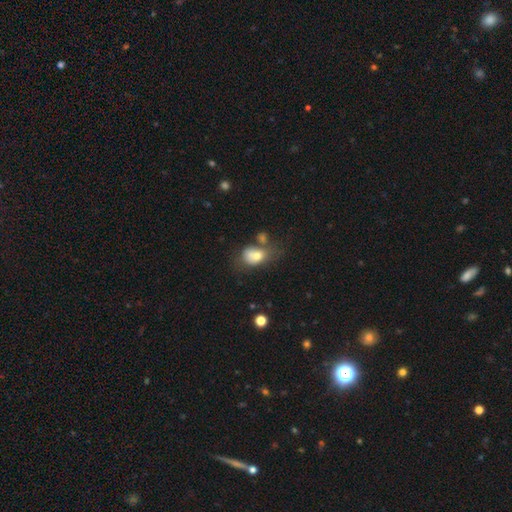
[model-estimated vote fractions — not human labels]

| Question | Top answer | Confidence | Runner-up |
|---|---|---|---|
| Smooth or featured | smooth | 74% | featured or disk (17%) |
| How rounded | in between | 71% | round (27%) |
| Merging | none | 29% | merger (26%) |